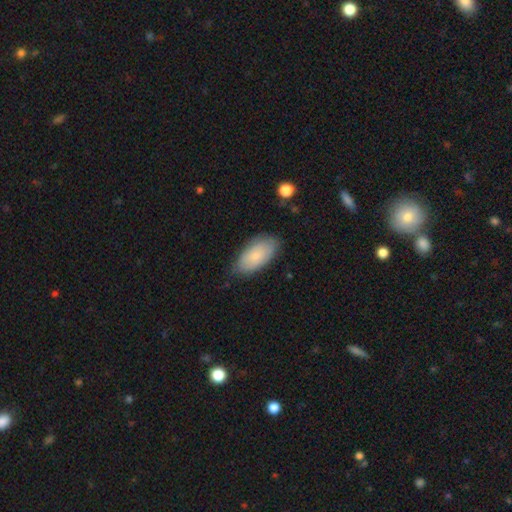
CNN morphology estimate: Smooth or featured?
  - smooth: 77% *
  - featured or disk: 17%
  - star or artifact: 6%
How rounded?
  - in between: 93% *
  - cigar-shaped: 4%
  - round: 2%
Merging?
  - none: 76% *
  - minor disturbance: 19%
  - major disturbance: 3%
  - merger: 1%